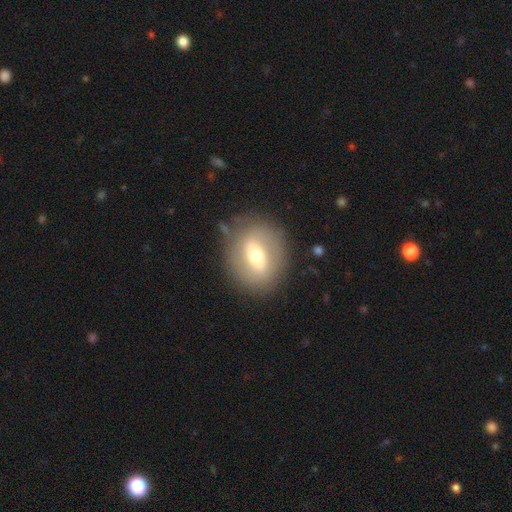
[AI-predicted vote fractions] smooth-or-featured: featured or disk: 54% | smooth: 38% | star or artifact: 8%
  disk-edge-on: no: 87% | yes: 13%
  merging: none: 80% | minor disturbance: 12% | major disturbance: 6% | merger: 2%